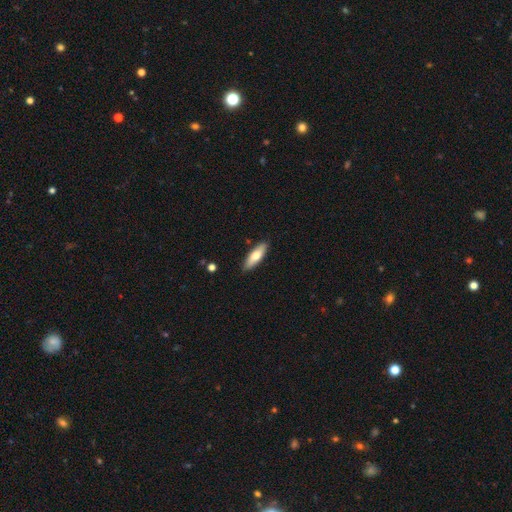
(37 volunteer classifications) Smooth or featured? smooth (78%)
How rounded? in between (48%, tied with cigar-shaped)
Merging? none (74%)